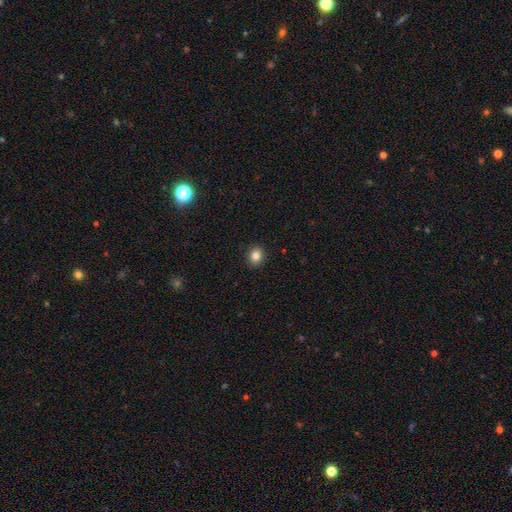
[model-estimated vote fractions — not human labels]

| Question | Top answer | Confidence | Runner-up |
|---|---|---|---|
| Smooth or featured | smooth | 84% | star or artifact (10%) |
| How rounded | round | 62% | in between (37%) |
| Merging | none | 91% | minor disturbance (6%) |